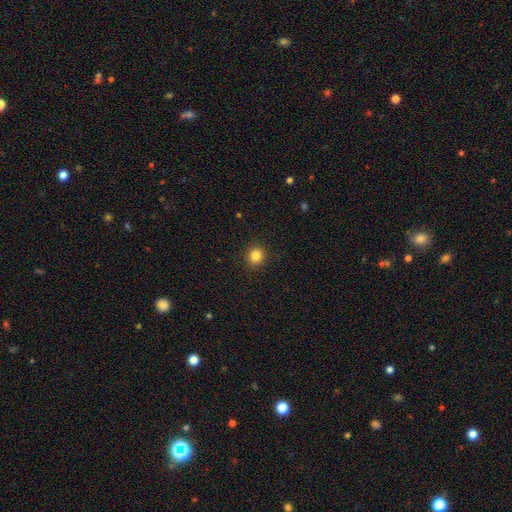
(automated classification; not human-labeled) Overall: smooth (84%). How rounded: round (86%). Merging: none (91%).